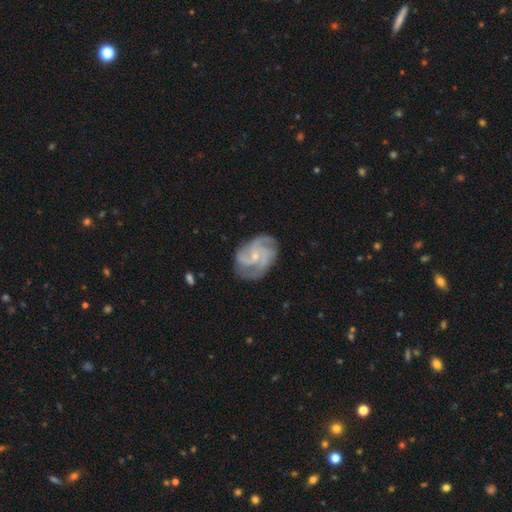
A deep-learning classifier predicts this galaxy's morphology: featured or disk 88%, smooth 7%, star or artifact 5%. Down the decision tree: edge-on disk — no (98%); bar — no (65%); spiral arms — yes (98%); spiral arm count — 3 (51%); spiral winding — medium (50%); bulge size — small (70%); merging — none (75%).